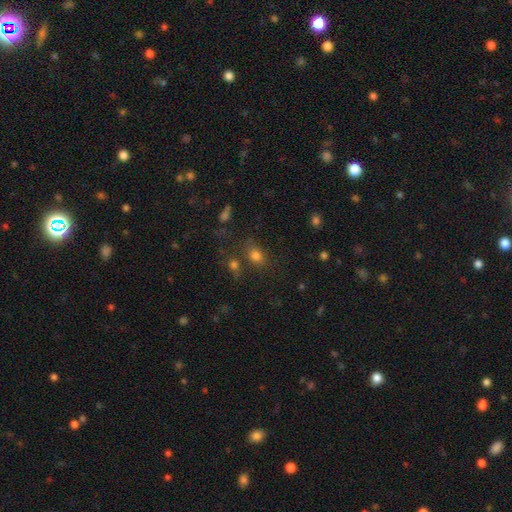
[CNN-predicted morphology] Smooth or featured?
  - smooth: 76% *
  - star or artifact: 16%
  - featured or disk: 8%
How rounded?
  - in between: 61% *
  - round: 37%
  - cigar-shaped: 2%
Merging?
  - none: 66% *
  - merger: 14%
  - minor disturbance: 14%
  - major disturbance: 6%